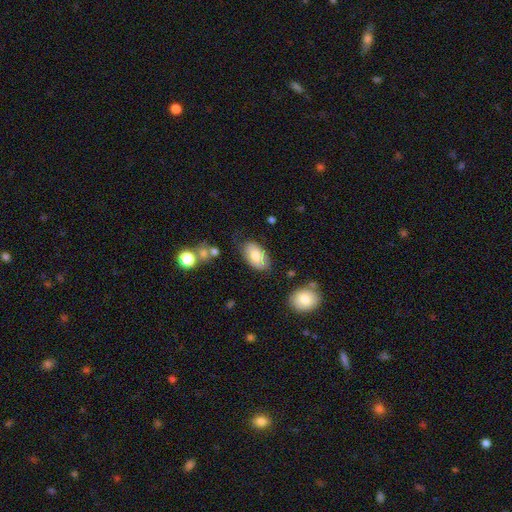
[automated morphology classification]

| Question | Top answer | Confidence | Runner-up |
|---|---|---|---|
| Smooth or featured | smooth | 76% | featured or disk (17%) |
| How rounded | in between | 94% | round (5%) |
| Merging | none | 74% | minor disturbance (18%) |